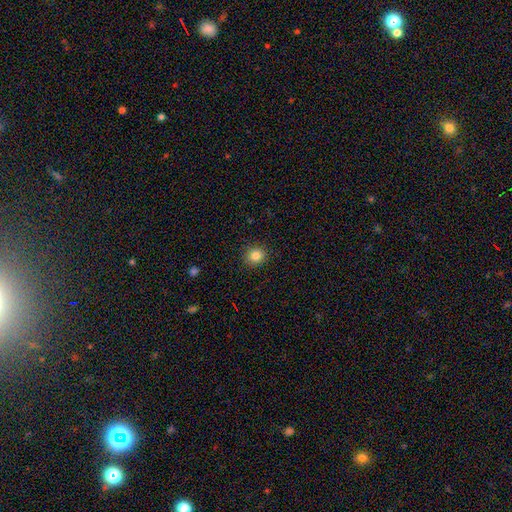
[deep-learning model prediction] Overall: smooth (84%). How rounded: round (87%). Merging: none (91%).